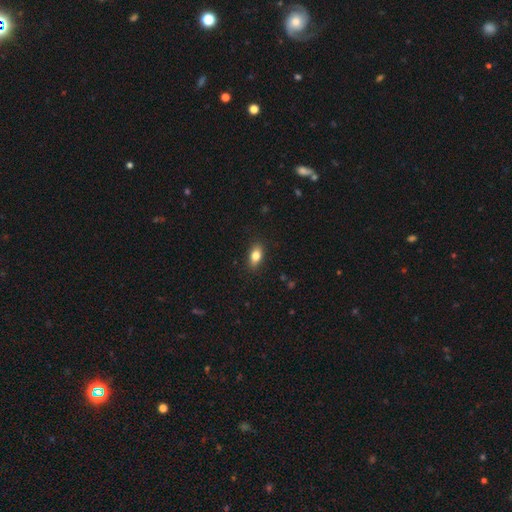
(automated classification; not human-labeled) smooth_or_featured: smooth (p=0.81) [alt: featured or disk p=0.11]
how_rounded: in between (p=0.84) [alt: round p=0.09]
merging: none (p=0.88) [alt: minor disturbance p=0.09]